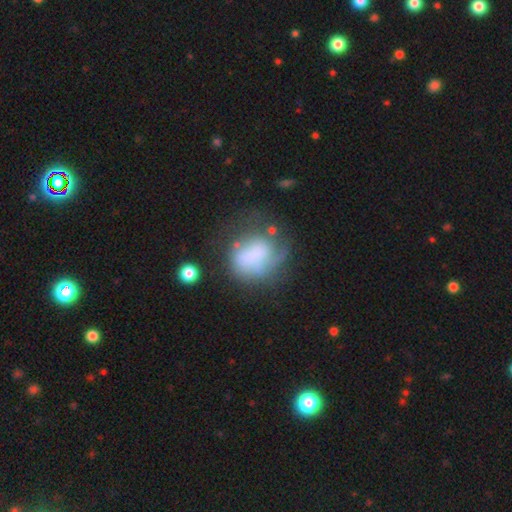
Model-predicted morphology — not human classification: This is possibly a smooth galaxy (56%). How rounded: possibly round (52%). Merging: marginally major disturbance (35%).